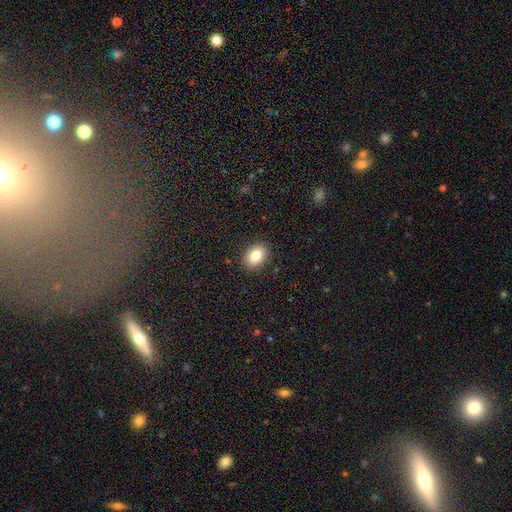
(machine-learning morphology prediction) type=smooth (84%); roundness=in between (74%); merging=none (89%).